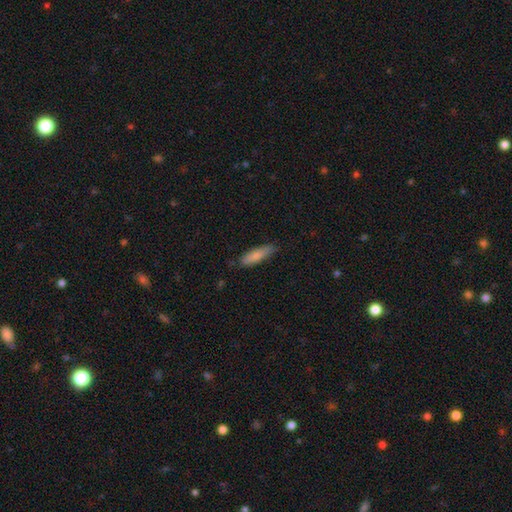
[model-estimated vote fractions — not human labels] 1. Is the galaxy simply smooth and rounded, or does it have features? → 81% smooth, 13% featured or disk, 6% star or artifact.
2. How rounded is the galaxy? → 60% cigar-shaped, 39% in between, 2% round.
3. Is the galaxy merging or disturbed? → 79% none, 17% minor disturbance, 3% major disturbance, 1% merger.